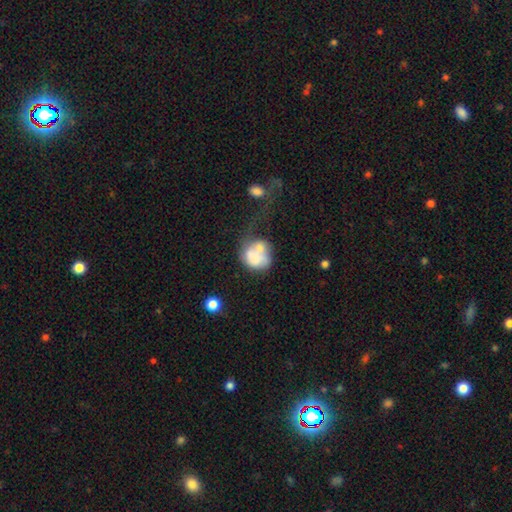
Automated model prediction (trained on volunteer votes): A smooth galaxy with no disk features (60%) that is round (66%).

Vote fractions:
- Smooth or featured? smooth: 60% / featured or disk: 32% / star or artifact: 9%
- How rounded? round: 66% / in between: 33% / cigar-shaped: 1%
- Merging? merger: 39% / major disturbance: 23% / none: 22% / minor disturbance: 16%